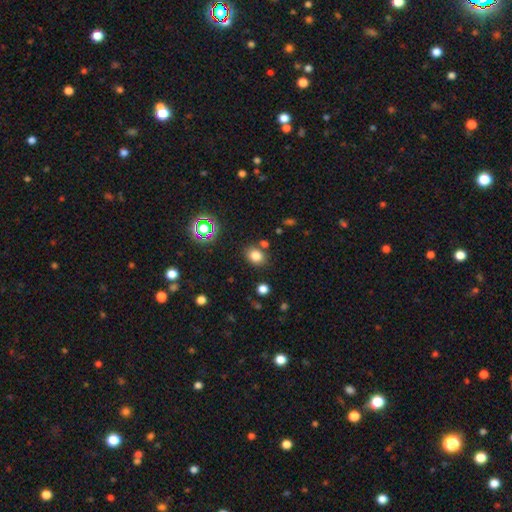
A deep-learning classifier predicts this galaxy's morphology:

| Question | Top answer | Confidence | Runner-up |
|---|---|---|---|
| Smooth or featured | smooth | 78% | star or artifact (15%) |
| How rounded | round | 50% | in between (49%) |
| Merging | none | 77% | minor disturbance (11%) |